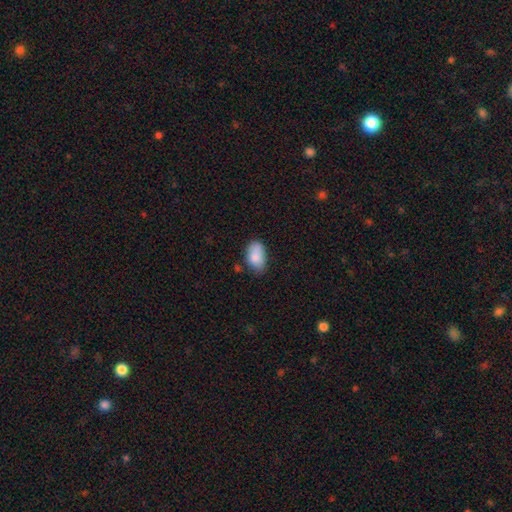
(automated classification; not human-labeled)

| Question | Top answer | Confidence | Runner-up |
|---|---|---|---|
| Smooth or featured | smooth | 86% | star or artifact (7%) |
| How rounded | in between | 92% | round (6%) |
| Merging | none | 64% | minor disturbance (28%) |